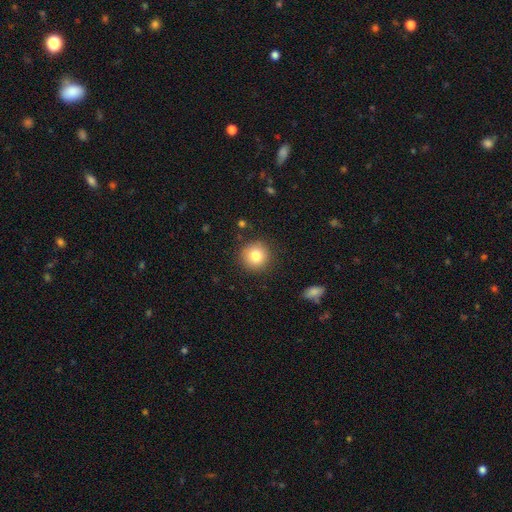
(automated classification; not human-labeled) Smooth or featured? Predicted: smooth (p=0.80). How rounded? Predicted: round (p=0.93). Merging? Predicted: none (p=0.88).